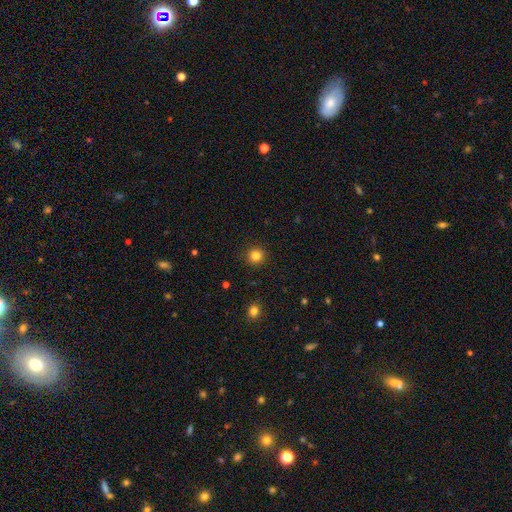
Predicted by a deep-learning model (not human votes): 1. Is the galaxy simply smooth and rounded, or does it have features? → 83% smooth, 12% star or artifact, 5% featured or disk.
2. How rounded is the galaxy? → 94% round, 5% in between, 1% cigar-shaped.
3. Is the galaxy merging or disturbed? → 92% none, 5% minor disturbance, 2% major disturbance, 1% merger.